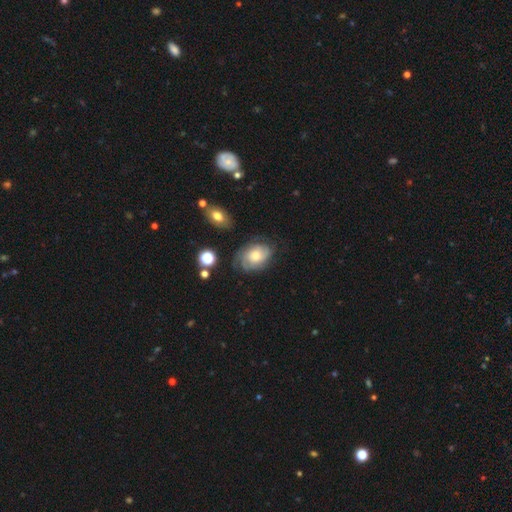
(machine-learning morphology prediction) This is likely a featured or disk galaxy (67%). It is clearly not viewed edge-on (96%). Bar: likely no (76%). Spiral arm pattern: clearly yes (90%). Spiral arm count: marginally can't tell (38%). Spiral winding: likely tight (60%). Central bulge: possibly moderate (59%). Merging: likely none (70%).